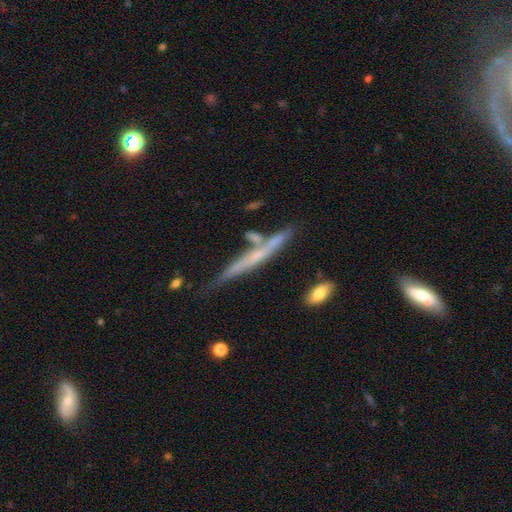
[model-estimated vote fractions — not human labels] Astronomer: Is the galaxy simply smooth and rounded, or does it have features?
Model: featured or disk — 58% (runner-up: smooth, 35%).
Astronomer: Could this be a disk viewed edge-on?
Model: yes — 93%.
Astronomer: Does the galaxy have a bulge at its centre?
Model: none — 67%.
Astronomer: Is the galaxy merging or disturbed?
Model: none — 67%.